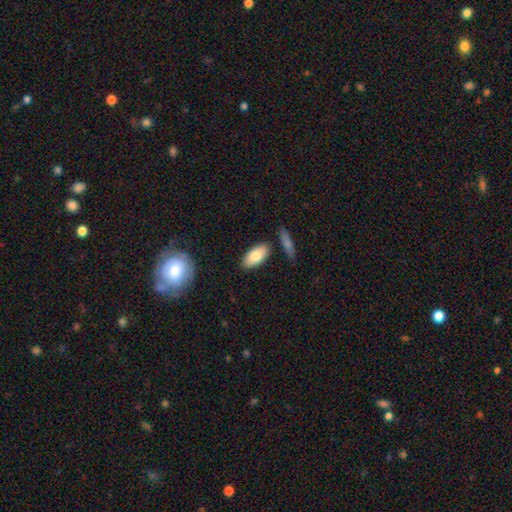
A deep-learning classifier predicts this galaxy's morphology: Smooth or featured?
  - smooth: 82% *
  - featured or disk: 12%
  - star or artifact: 6%
How rounded?
  - in between: 90% *
  - cigar-shaped: 7%
  - round: 2%
Merging?
  - none: 82% *
  - minor disturbance: 11%
  - merger: 5%
  - major disturbance: 2%